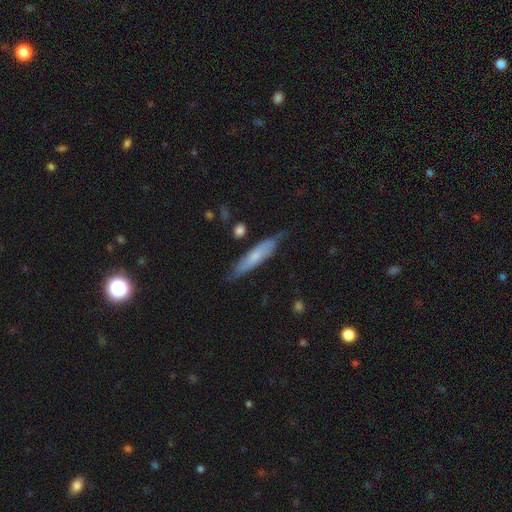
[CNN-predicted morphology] A smooth galaxy with no disk features (57%) that is cigar-shaped (84%). Merging: none (72%).